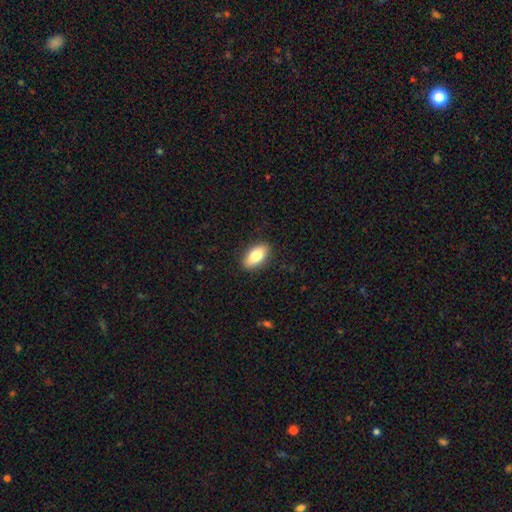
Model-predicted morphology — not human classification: Smooth or featured?
  - smooth: 80% *
  - featured or disk: 13%
  - star or artifact: 7%
How rounded?
  - in between: 89% *
  - cigar-shaped: 7%
  - round: 4%
Merging?
  - none: 89% *
  - minor disturbance: 8%
  - major disturbance: 2%
  - merger: 1%